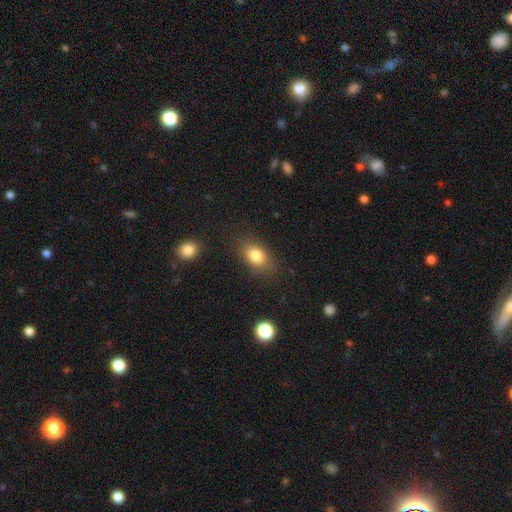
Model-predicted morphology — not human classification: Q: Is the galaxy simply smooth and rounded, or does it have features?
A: smooth — 82%.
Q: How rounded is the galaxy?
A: in between — 83%.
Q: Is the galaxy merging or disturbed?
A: none — 79%.